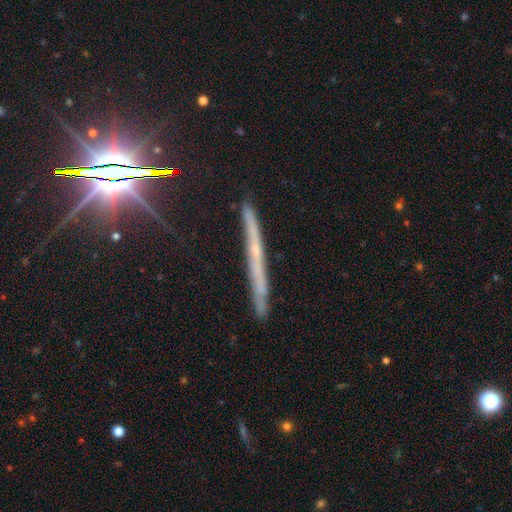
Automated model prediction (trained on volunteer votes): Smooth or featured: featured or disk — 55% (smooth — 25%)
Edge-on disk: yes — 96% (no — 4%)
Edge-on bulge: none — 72% (rounded — 23%)
Merging: none — 84% (minor disturbance — 12%)